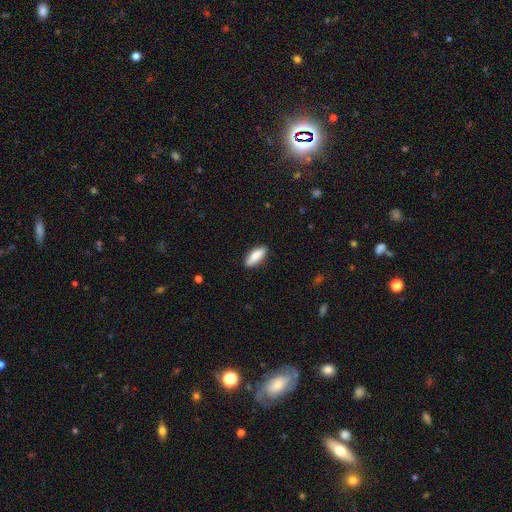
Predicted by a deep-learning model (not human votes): This appears to be a smooth galaxy with no disk features (85%) that is in between round and cigar-shaped (71%). Merging: none (88%).